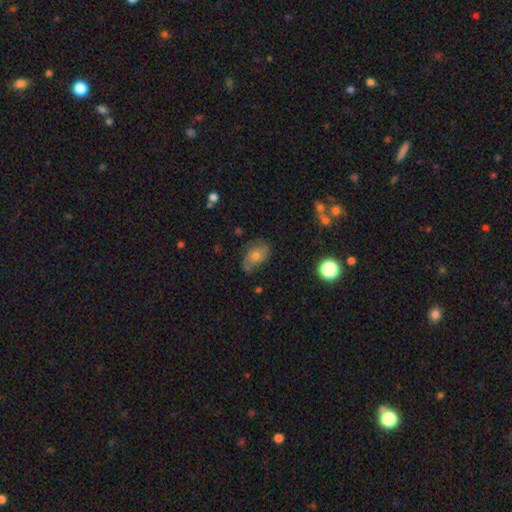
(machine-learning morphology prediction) This is possibly a smooth galaxy (54%). How rounded: likely in between (79%). Merging: likely none (62%).